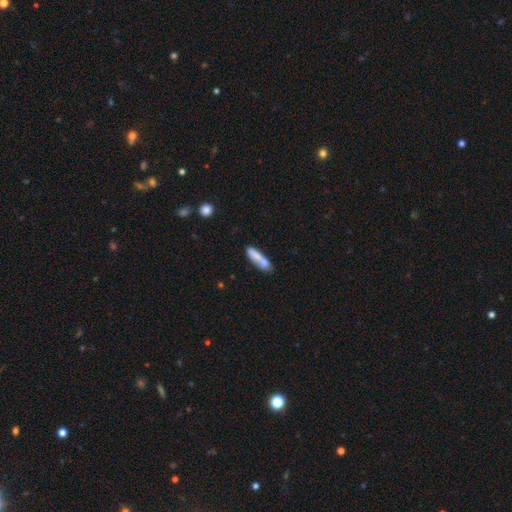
Smooth or featured? 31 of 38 (82%) said smooth. How rounded? 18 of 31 (58%) said cigar-shaped. Merging? 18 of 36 (50%) said none.